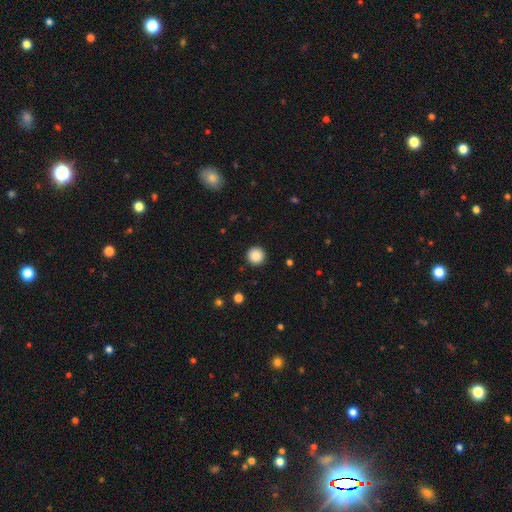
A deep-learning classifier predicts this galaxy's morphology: Smooth or featured? Predicted: smooth (p=0.88). How rounded? Predicted: round (p=0.96). Merging? Predicted: none (p=0.93).